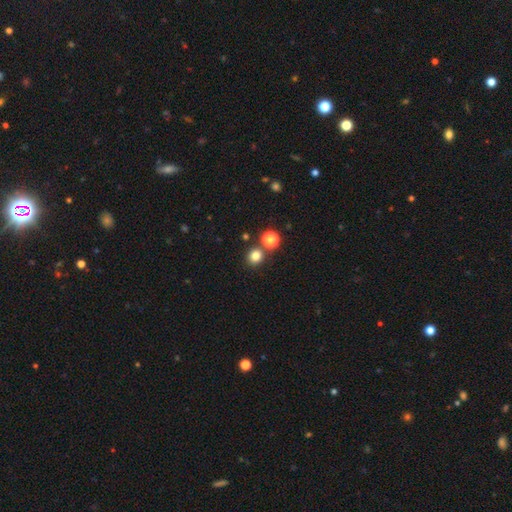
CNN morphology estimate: smooth 80%, star or artifact 15%, featured or disk 5%. Down the decision tree: how rounded — round (87%); merging — none (77%).